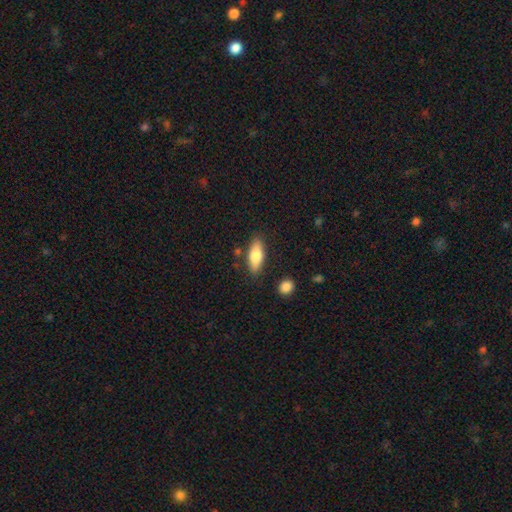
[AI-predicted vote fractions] Smooth or featured? smooth (76%)
How rounded? in between (68%)
Merging? none (82%)